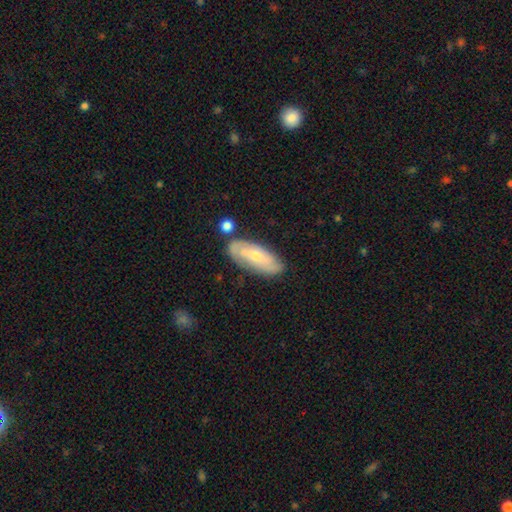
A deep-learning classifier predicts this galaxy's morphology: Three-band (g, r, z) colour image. It shows a featured or disk galaxy (55%). Merging: none (74%).